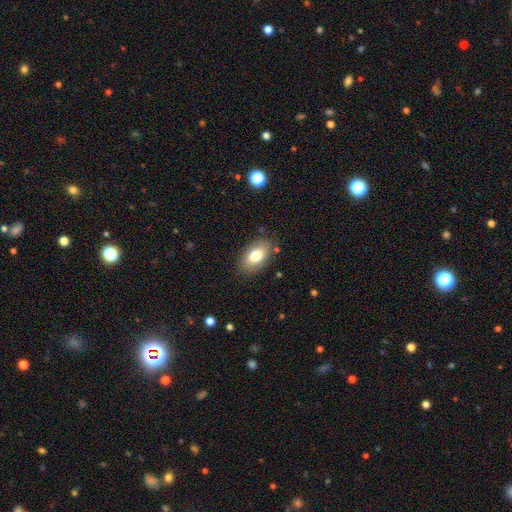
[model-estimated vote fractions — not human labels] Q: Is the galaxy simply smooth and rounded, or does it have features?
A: smooth — 76%.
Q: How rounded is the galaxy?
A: in between — 92%.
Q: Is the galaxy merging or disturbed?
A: none — 82%.